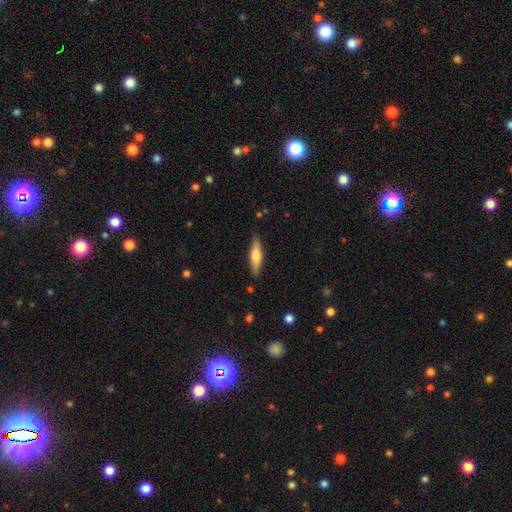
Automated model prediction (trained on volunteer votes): This appears to be a smooth galaxy with no disk features (65%) that is cigar-shaped (66%). Merging: none (86%).